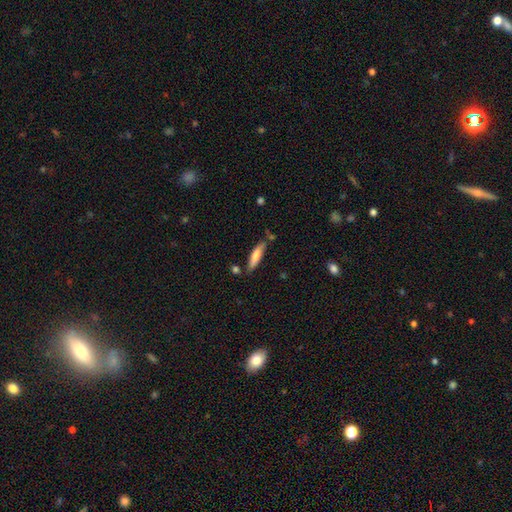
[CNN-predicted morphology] Smooth or featured: smooth — 73% (featured or disk — 21%)
How rounded: cigar-shaped — 69% (in between — 30%)
Merging: none — 73% (minor disturbance — 16%)